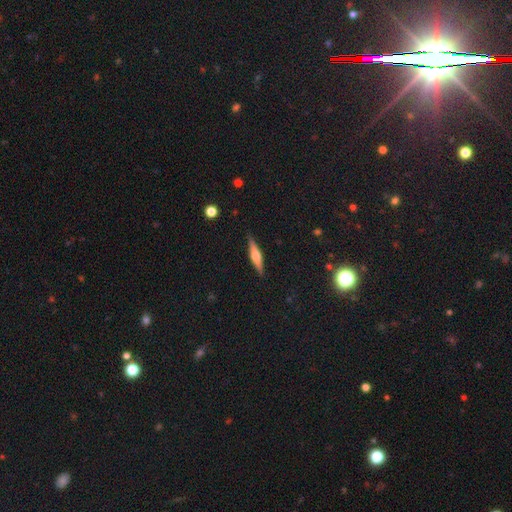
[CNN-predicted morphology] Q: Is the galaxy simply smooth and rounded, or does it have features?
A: featured or disk — 61%.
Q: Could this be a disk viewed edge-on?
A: yes — 97%.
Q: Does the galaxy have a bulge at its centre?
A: rounded — 82%.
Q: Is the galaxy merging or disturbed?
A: none — 89%.